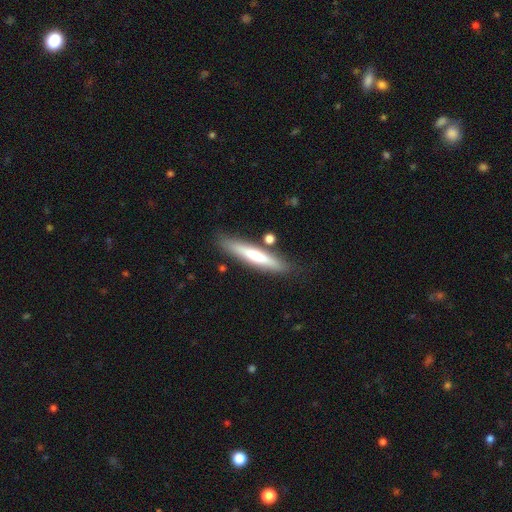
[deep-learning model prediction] This is likely a smooth galaxy (61%). How rounded: clearly cigar-shaped (89%). Merging: clearly none (81%).